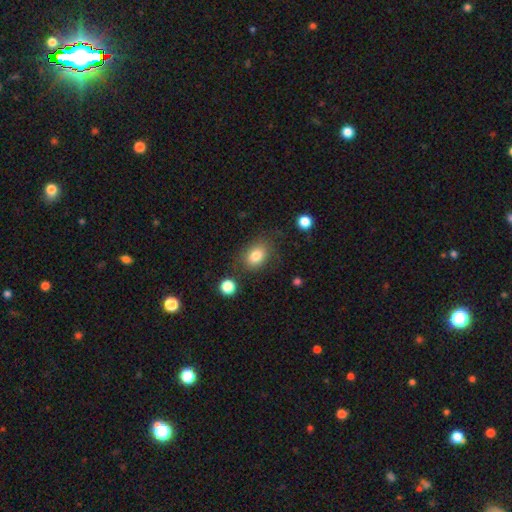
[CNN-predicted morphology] A smooth galaxy with no disk features (82%) that is in between round and cigar-shaped (68%).

Vote fractions:
- Smooth or featured? smooth: 82% / star or artifact: 10% / featured or disk: 9%
- How rounded? in between: 68% / round: 31% / cigar-shaped: 1%
- Merging? none: 76% / minor disturbance: 15% / major disturbance: 5% / merger: 4%